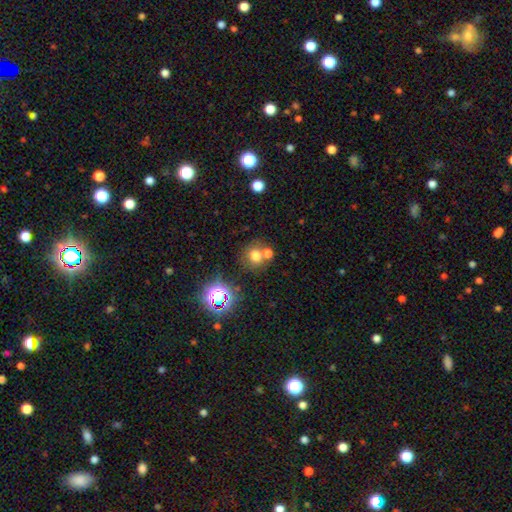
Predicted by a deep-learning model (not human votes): Smooth or featured? Predicted: smooth (p=0.70). How rounded? Predicted: round (p=0.82). Merging? Predicted: none (p=0.57).